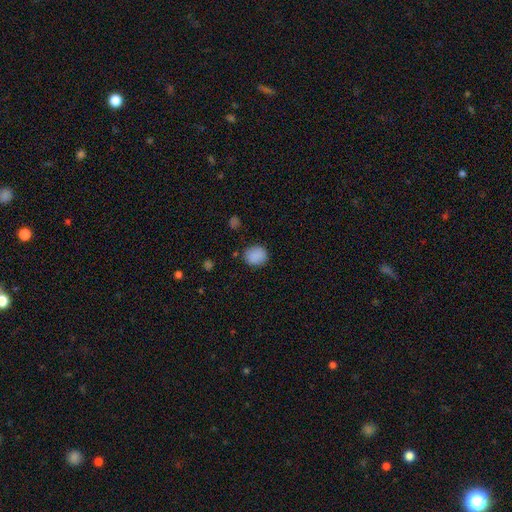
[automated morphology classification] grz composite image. It shows a smooth galaxy with no disk features (87%) that is round (70%). Merging: none (82%).